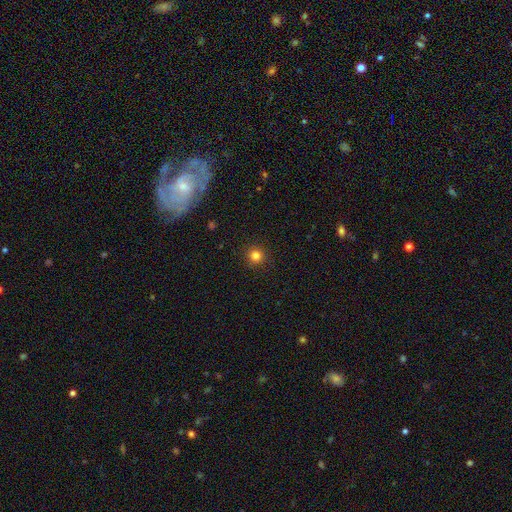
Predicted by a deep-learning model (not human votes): A smooth galaxy with no disk features (82%) that is round (94%). Merging: none (92%).